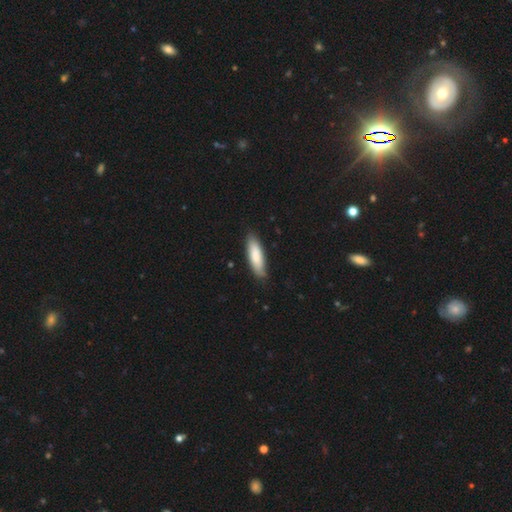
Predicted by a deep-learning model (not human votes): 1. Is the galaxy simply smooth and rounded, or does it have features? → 82% smooth, 13% featured or disk, 5% star or artifact.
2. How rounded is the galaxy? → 54% cigar-shaped, 45% in between, 1% round.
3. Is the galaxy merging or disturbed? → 83% none, 14% minor disturbance, 2% major disturbance, 1% merger.